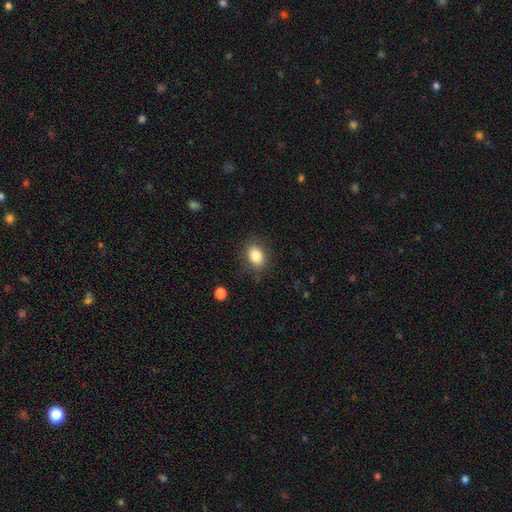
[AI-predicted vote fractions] Smooth or featured?
  - smooth: 84% *
  - star or artifact: 9%
  - featured or disk: 7%
How rounded?
  - in between: 71% *
  - round: 28%
  - cigar-shaped: 1%
Merging?
  - none: 84% *
  - minor disturbance: 11%
  - major disturbance: 4%
  - merger: 1%